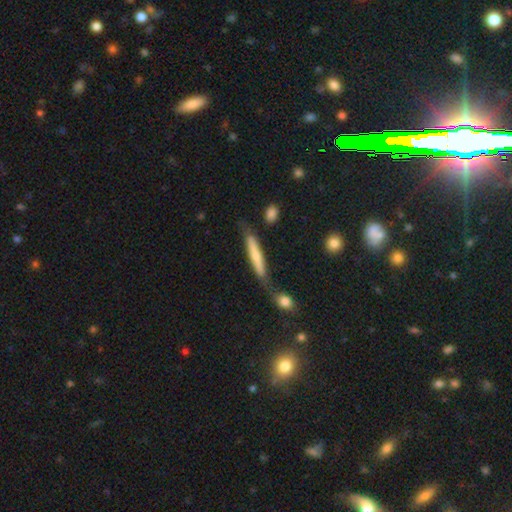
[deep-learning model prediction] smooth 58%, featured or disk 35%, star or artifact 6%. Down the decision tree: how rounded — cigar-shaped (91%); merging — none (60%).